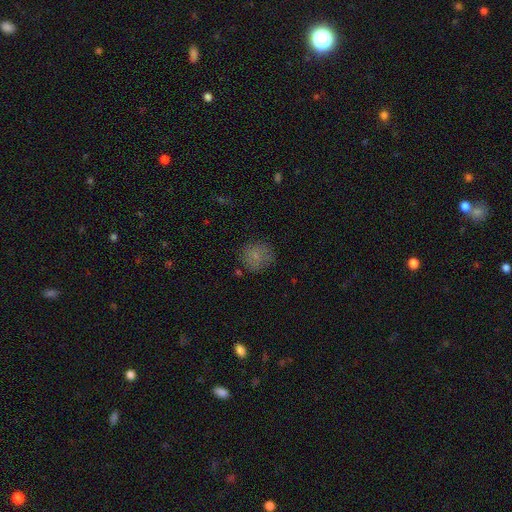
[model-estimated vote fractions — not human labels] A smooth galaxy with no disk features (74%) that is round (85%).

Vote fractions:
- Smooth or featured? smooth: 74% / featured or disk: 13% / star or artifact: 13%
- How rounded? round: 85% / in between: 13% / cigar-shaped: 1%
- Merging? none: 74% / minor disturbance: 18% / major disturbance: 6% / merger: 2%